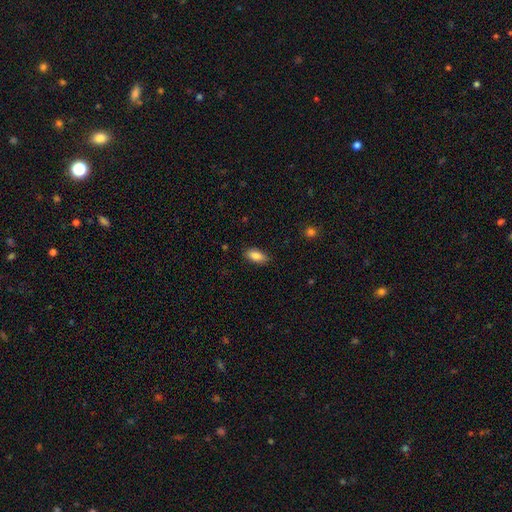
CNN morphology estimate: smooth_or_featured: smooth (p=0.86) [alt: star or artifact p=0.07]
how_rounded: in between (p=0.88) [alt: cigar-shaped p=0.09]
merging: none (p=0.85) [alt: minor disturbance p=0.12]